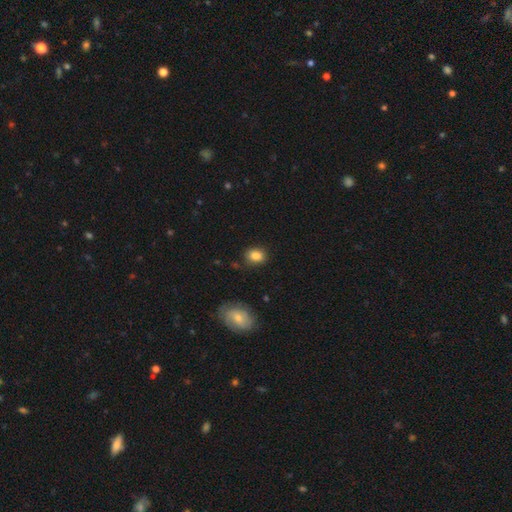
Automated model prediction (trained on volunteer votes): Smooth or featured: smooth — 85% (star or artifact — 9%)
How rounded: in between — 56% (round — 42%)
Merging: none — 83% (minor disturbance — 13%)